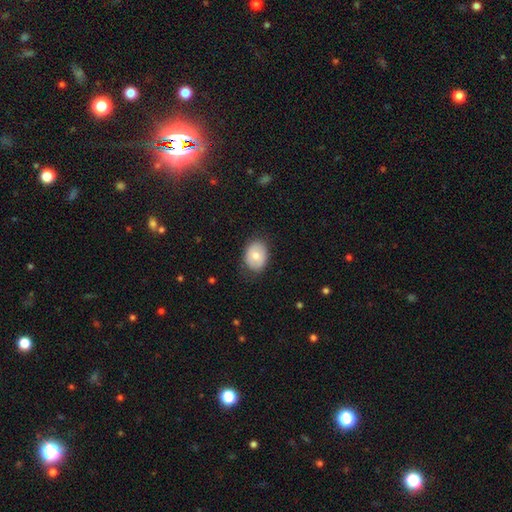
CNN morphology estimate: The model was most divided on "how rounded": in between: 66%, round: 33%, cigar-shaped: 1%. More confident: merging — none (79%); smooth or featured — smooth (71%).